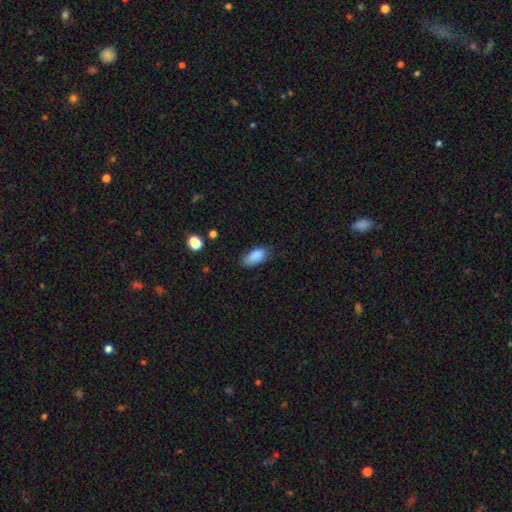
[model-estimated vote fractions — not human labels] Overall: smooth (88%). How rounded: in between (91%). Merging: none (70%).